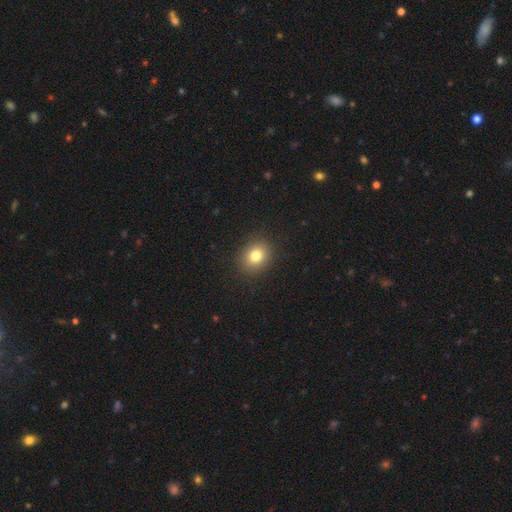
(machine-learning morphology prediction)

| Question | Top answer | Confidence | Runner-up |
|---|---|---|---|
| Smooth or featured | smooth | 80% | star or artifact (12%) |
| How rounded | round | 66% | in between (33%) |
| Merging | none | 90% | minor disturbance (7%) |